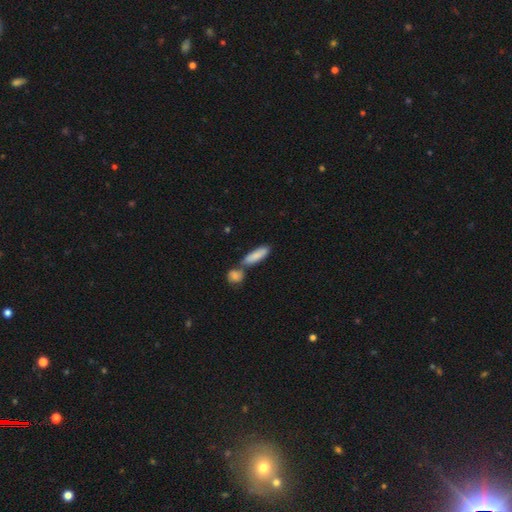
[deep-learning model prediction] A smooth galaxy with no disk features (83%) that is cigar-shaped (49%). Merging: none (52%).